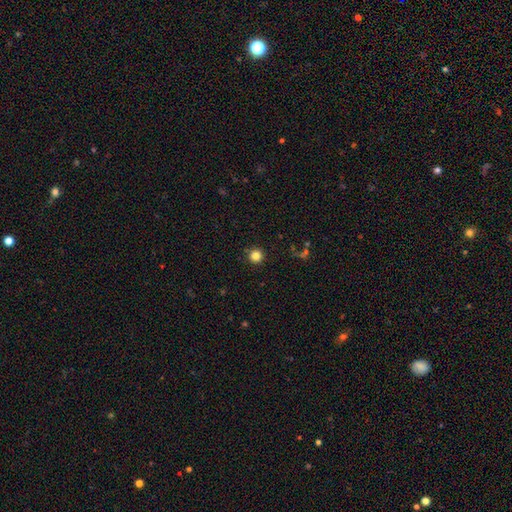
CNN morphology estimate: This appears to be a smooth galaxy with no disk features (83%) that is round (96%). Merging: none (91%).